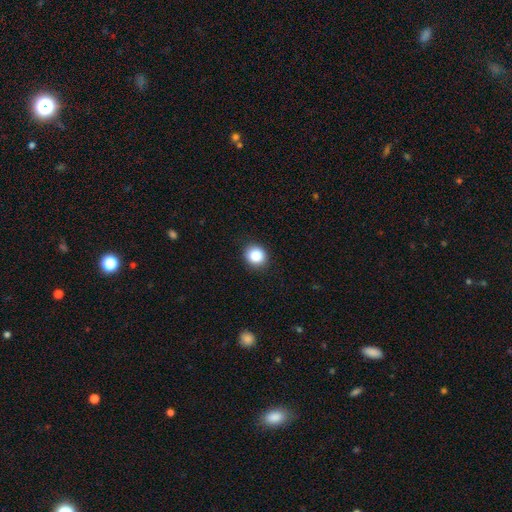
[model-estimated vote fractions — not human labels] smooth_or_featured: smooth (p=0.88) [alt: star or artifact p=0.09]
how_rounded: round (p=0.80) [alt: in between p=0.19]
merging: none (p=0.90) [alt: minor disturbance p=0.07]